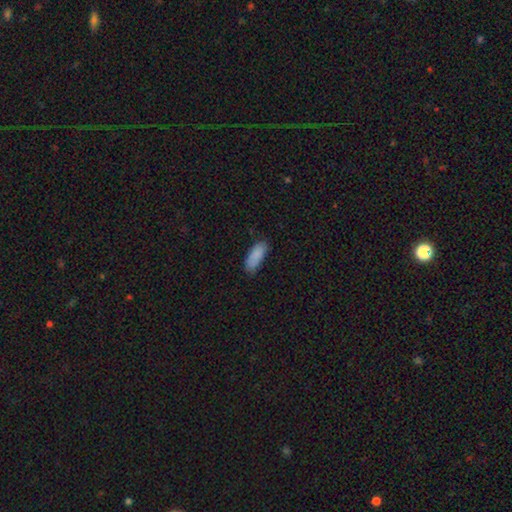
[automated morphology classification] Overall: smooth (87%). How rounded: in between (80%). Merging: none (71%).